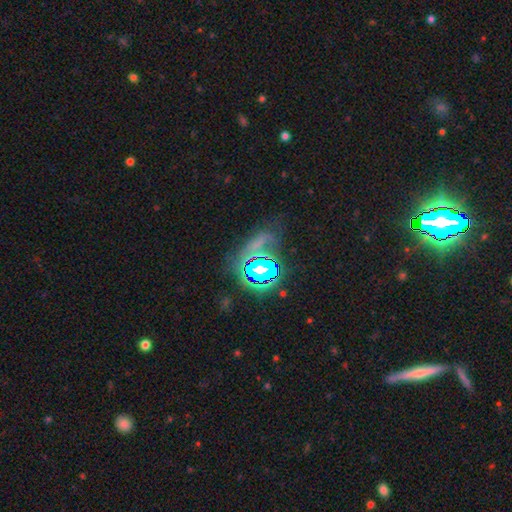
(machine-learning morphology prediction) Smooth or featured? Predicted: star or artifact (p=0.76).